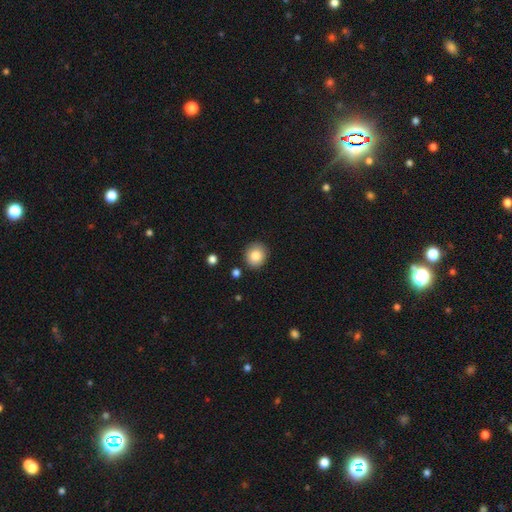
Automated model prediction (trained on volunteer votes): smooth-or-featured: smooth: 84% | star or artifact: 9% | featured or disk: 8%
  how-rounded: round: 83% | in between: 16% | cigar-shaped: 1%
  merging: none: 88% | minor disturbance: 8% | merger: 2% | major disturbance: 2%